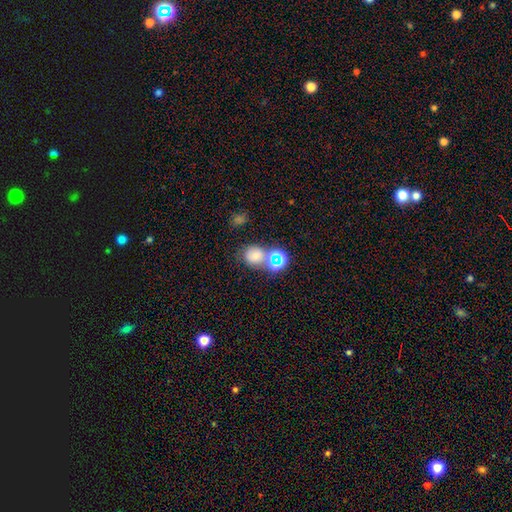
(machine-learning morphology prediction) Smooth or featured? smooth (66%)
How rounded? round (68%)
Merging? none (54%)